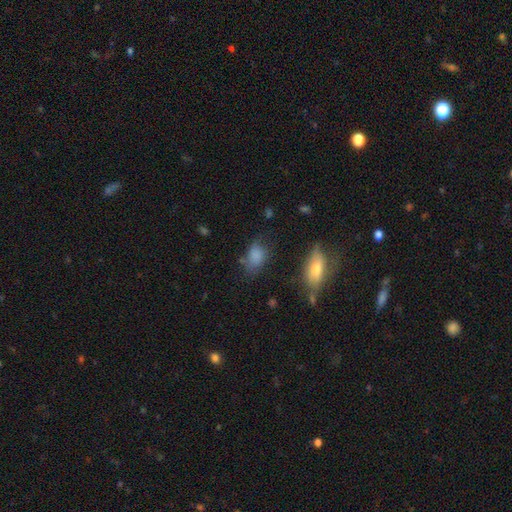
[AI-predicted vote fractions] Smooth or featured? Predicted: smooth (p=0.80). How rounded? Predicted: in between (p=0.81). Merging? Predicted: none (p=0.53).